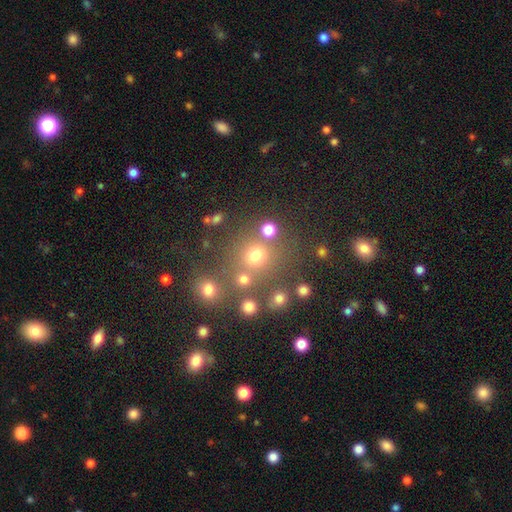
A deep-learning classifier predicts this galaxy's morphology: smooth_or_featured: smooth (p=0.67) [alt: star or artifact p=0.24]
how_rounded: round (p=0.89) [alt: in between p=0.10]
merging: none (p=0.70) [alt: merger p=0.16]